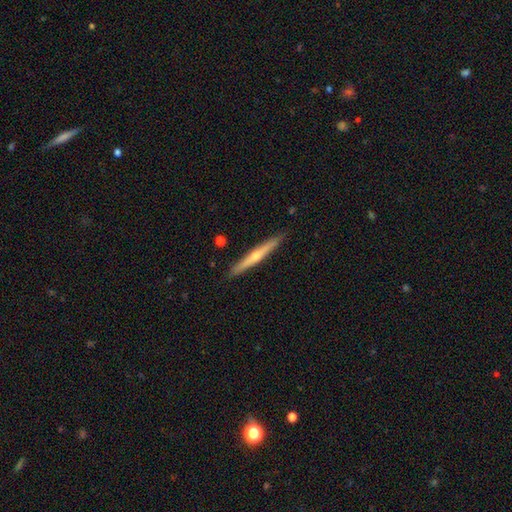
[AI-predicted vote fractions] Smooth or featured?
  - featured or disk: 63% *
  - smooth: 31%
  - star or artifact: 5%
Edge-on disk?
  - yes: 97% *
  - no: 3%
Edge-on bulge?
  - rounded: 78% *
  - none: 19%
  - boxy: 3%
Merging?
  - none: 91% *
  - minor disturbance: 7%
  - major disturbance: 1%
  - merger: 1%